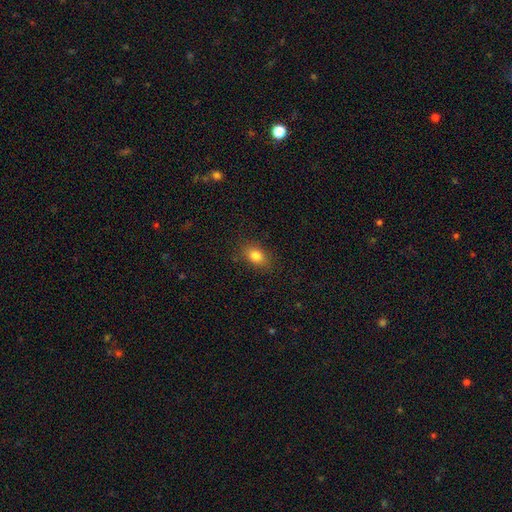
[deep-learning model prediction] smooth-or-featured: smooth: 82% | star or artifact: 10% | featured or disk: 8%
  how-rounded: in between: 80% | round: 18% | cigar-shaped: 2%
  merging: none: 84% | minor disturbance: 12% | major disturbance: 3% | merger: 1%